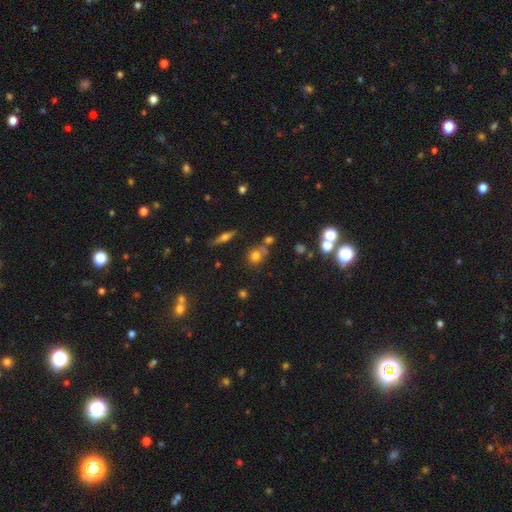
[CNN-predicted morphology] Smooth or featured?
  - smooth: 69% *
  - star or artifact: 18%
  - featured or disk: 13%
How rounded?
  - round: 77% *
  - in between: 20%
  - cigar-shaped: 2%
Merging?
  - none: 61% *
  - merger: 19%
  - minor disturbance: 14%
  - major disturbance: 6%